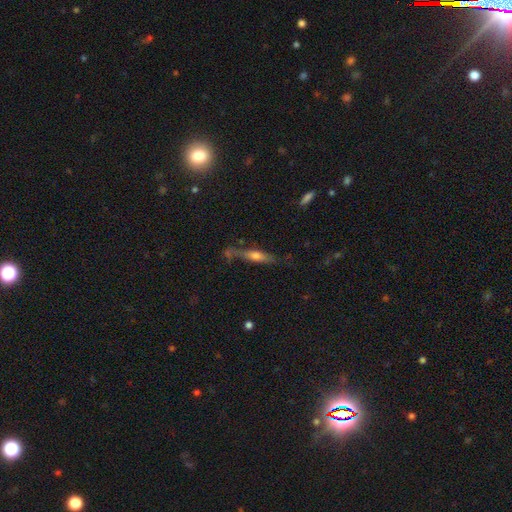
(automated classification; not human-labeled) Overall: featured or disk (48%; smooth 43%). Merging: none (61%; minor disturbance 21%).